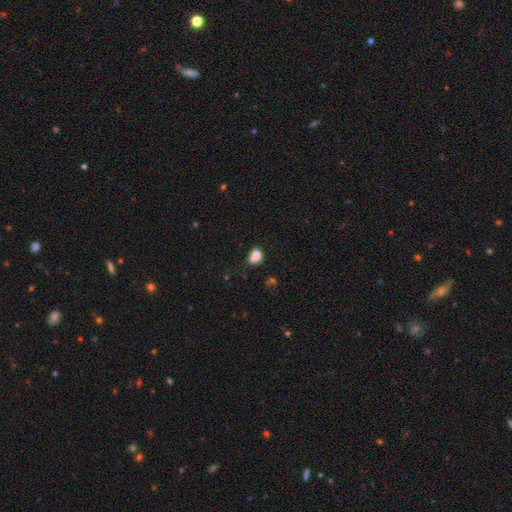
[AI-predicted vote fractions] smooth 78%, star or artifact 12%, featured or disk 11%. Down the decision tree: how rounded — in between (52%); merging — none (37%).